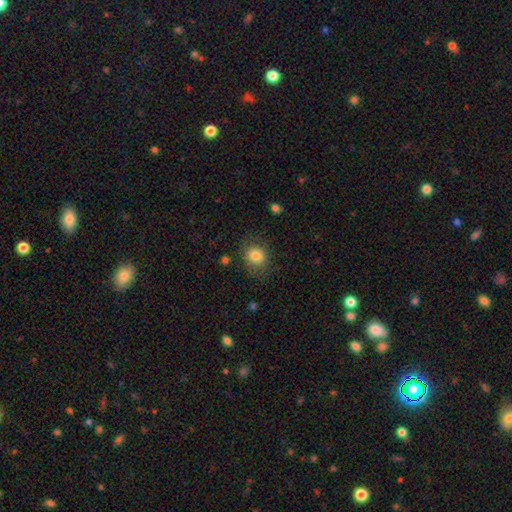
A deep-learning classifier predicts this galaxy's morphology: This appears to be a smooth galaxy with no disk features (80%) that is round (72%). Merging: none (75%).